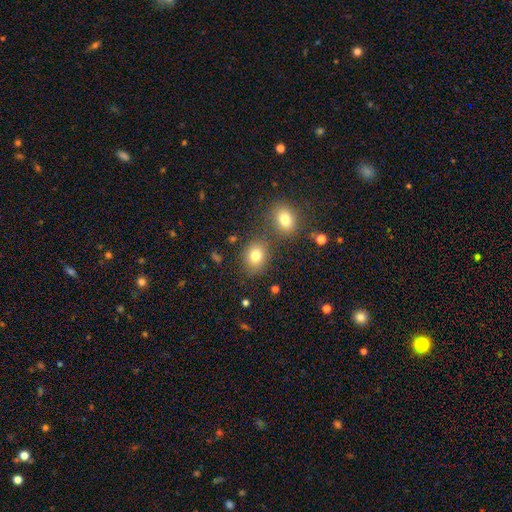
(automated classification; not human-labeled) This is likely a smooth galaxy (79%). How rounded: possibly round (55%). Merging: likely none (74%).